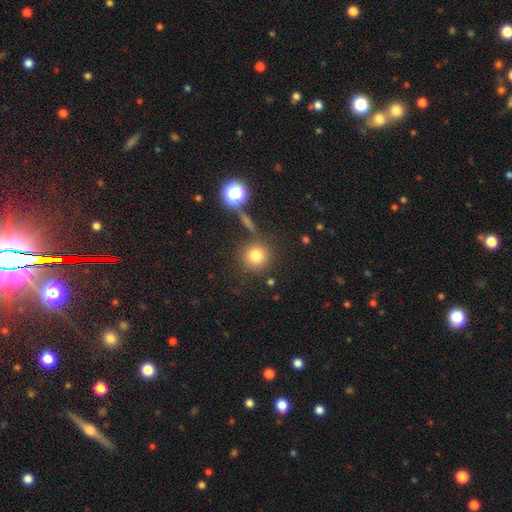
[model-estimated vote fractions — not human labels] A smooth galaxy with no disk features (77%) that is round (93%). Merging: none (80%).